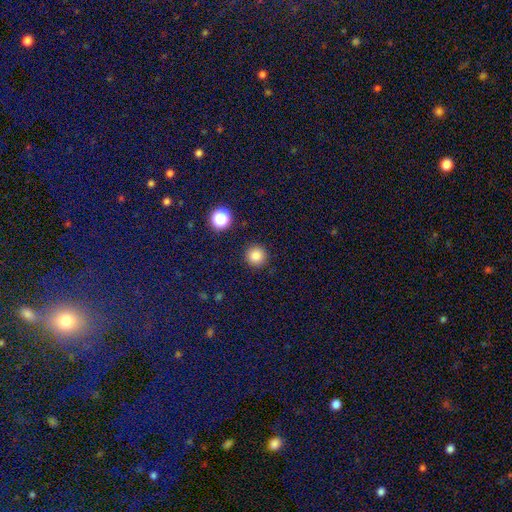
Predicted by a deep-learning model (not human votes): smooth 83%, star or artifact 13%, featured or disk 4%. Down the decision tree: how rounded — round (95%); merging — none (91%).